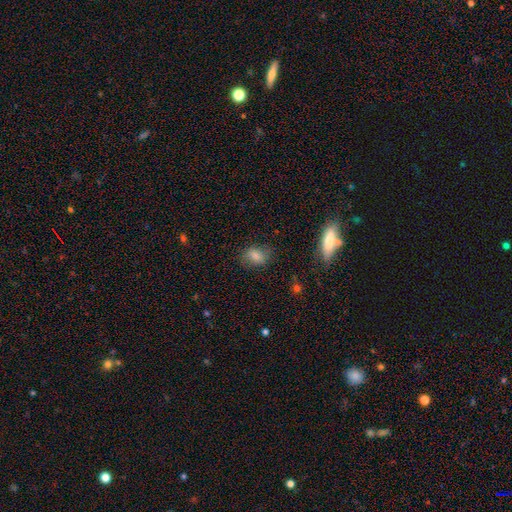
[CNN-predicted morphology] type=smooth (80%); roundness=in between (74%); merging=none (72%).